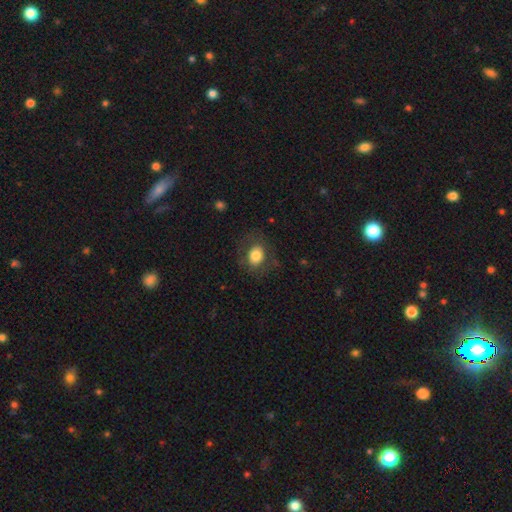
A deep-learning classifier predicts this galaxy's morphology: Smooth or featured: smooth — 77% (featured or disk — 14%)
How rounded: in between — 54% (round — 45%)
Merging: none — 75% (minor disturbance — 14%)